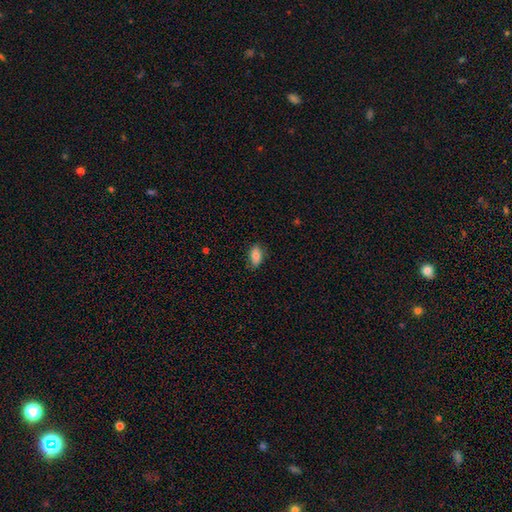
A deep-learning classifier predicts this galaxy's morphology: type=smooth (81%); roundness=in between (88%); merging=none (78%).